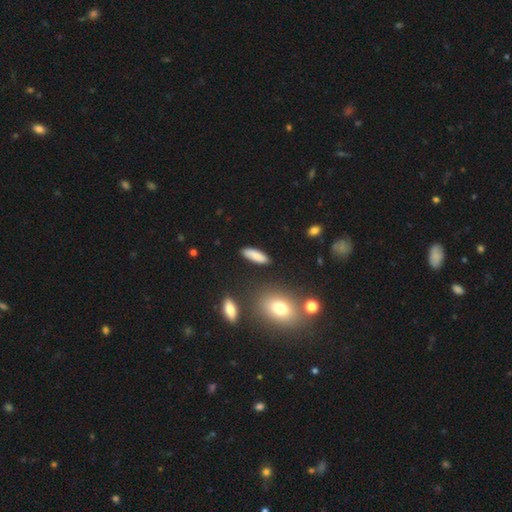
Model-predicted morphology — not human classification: A smooth galaxy with no disk features (82%) that is cigar-shaped (55%). Merging: none (86%).